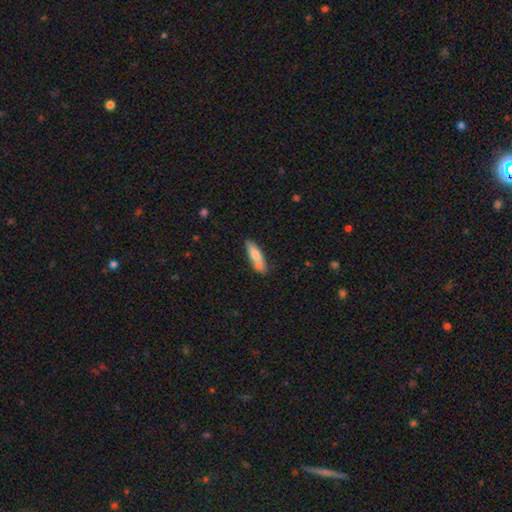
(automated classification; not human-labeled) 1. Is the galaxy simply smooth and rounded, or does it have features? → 77% smooth, 16% featured or disk, 6% star or artifact.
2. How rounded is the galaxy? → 65% cigar-shaped, 33% in between, 2% round.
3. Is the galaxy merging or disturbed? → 69% none, 20% minor disturbance, 7% merger, 4% major disturbance.